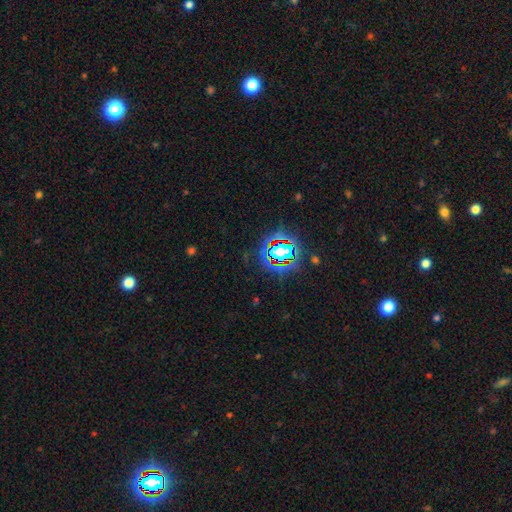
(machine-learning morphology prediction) type=star or artifact (80%).